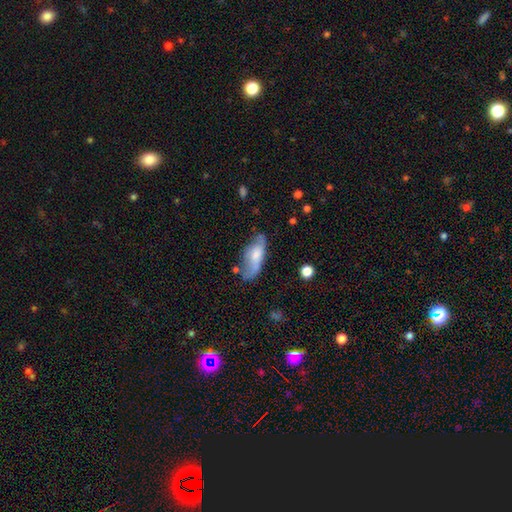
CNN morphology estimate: type=smooth (57%); roundness=in between (79%); merging=none (43%).